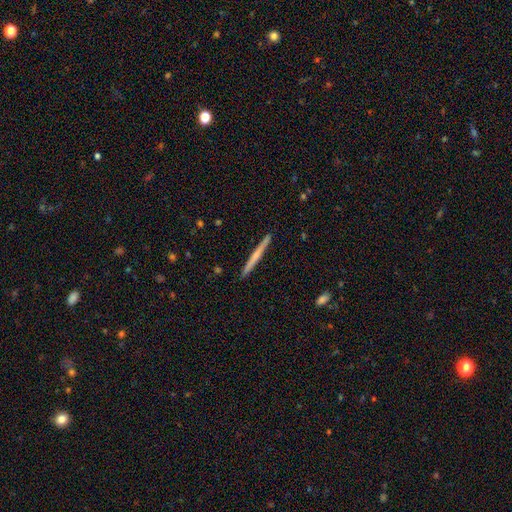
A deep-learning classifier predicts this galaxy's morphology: Smooth or featured? featured or disk (49%)
Merging? none (92%)